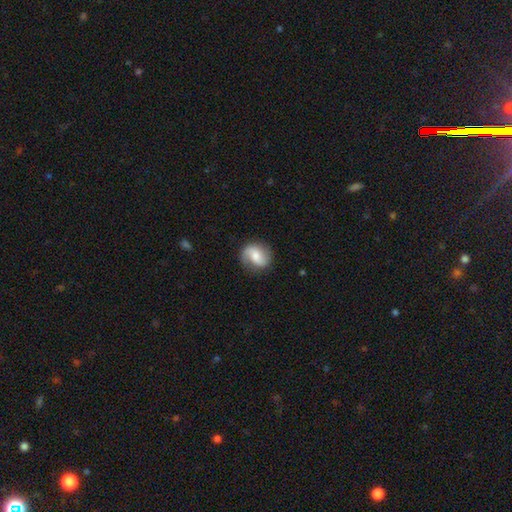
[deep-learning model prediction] smooth_or_featured: featured or disk (p=0.55) [alt: smooth p=0.38]
disk_edge_on: no (p=0.97) [alt: yes p=0.03]
bar: weak (p=0.42) [alt: no p=0.41]
has_spiral_arms: yes (p=0.90) [alt: no p=0.10]
bulge_size: moderate (p=0.52) [alt: small p=0.32]
merging: none (p=0.78) [alt: minor disturbance p=0.16]